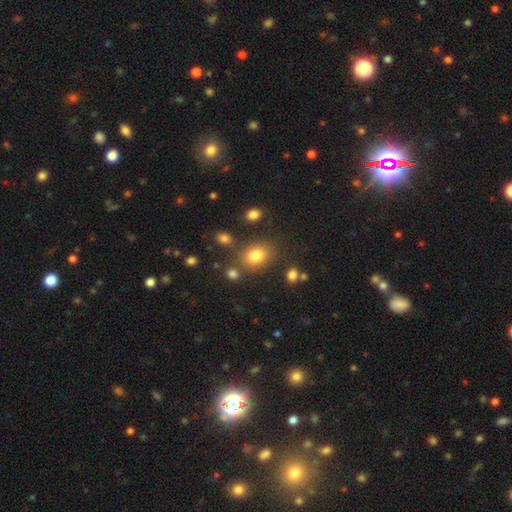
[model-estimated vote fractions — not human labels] The model was most divided on "how rounded": in between: 52%, round: 47%, cigar-shaped: 1%. More confident: smooth or featured — smooth (80%); merging — none (74%).